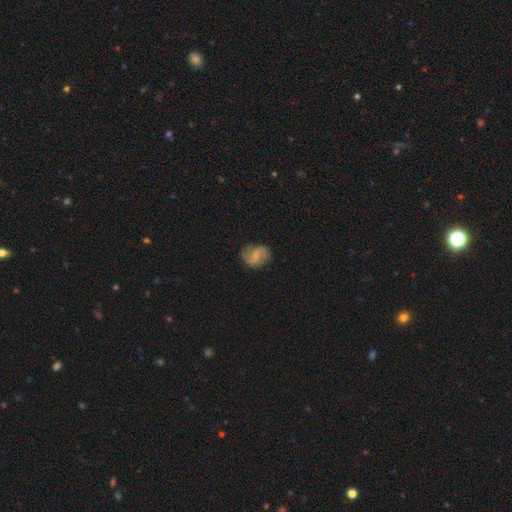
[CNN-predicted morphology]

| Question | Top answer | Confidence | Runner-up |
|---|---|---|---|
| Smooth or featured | featured or disk | 59% | smooth (33%) |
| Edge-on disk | no | 98% | yes (2%) |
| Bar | weak | 50% | no (33%) |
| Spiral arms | yes | 91% | no (9%) |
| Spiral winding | medium | 43% | tied: loose (43%) |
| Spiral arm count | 2 | 85% | can't tell (7%) |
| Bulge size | none | 41% | small (36%) |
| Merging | none | 74% | minor disturbance (18%) |